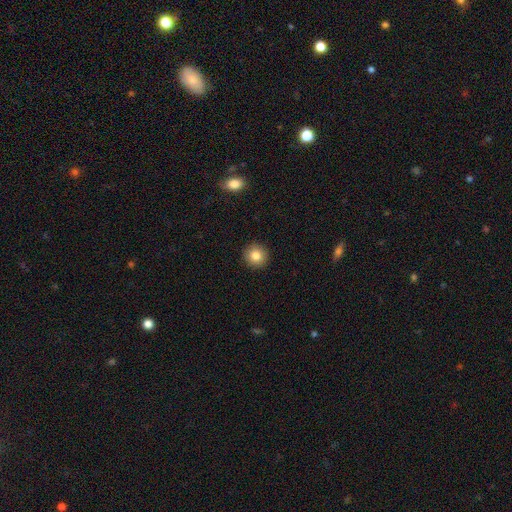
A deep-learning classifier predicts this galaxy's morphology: Smooth or featured? Predicted: smooth (p=0.83). How rounded? Predicted: round (p=0.94). Merging? Predicted: none (p=0.93).